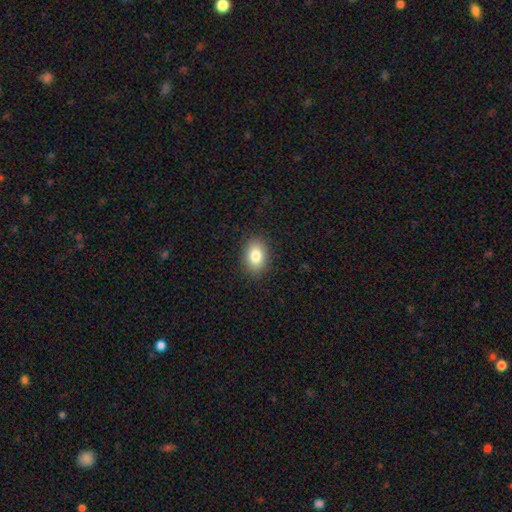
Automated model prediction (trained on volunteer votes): Smooth or featured? smooth (83%)
How rounded? in between (82%)
Merging? none (89%)